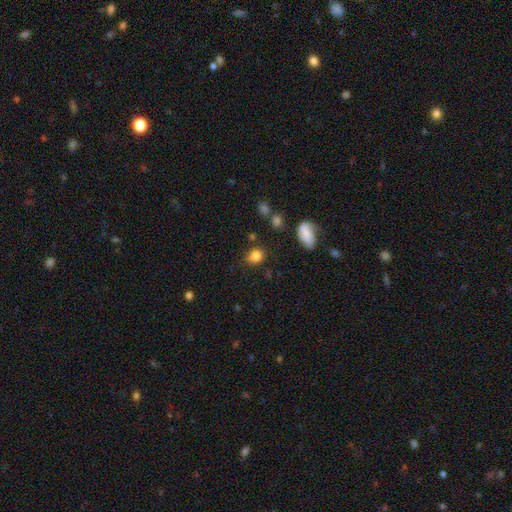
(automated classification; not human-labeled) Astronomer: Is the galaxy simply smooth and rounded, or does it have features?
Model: smooth — 84%.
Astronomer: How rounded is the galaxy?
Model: round — 53% (runner-up: in between, 46%).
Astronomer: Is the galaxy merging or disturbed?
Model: none — 75%.